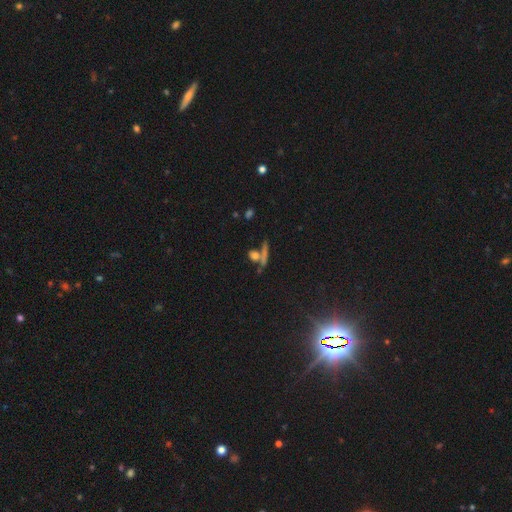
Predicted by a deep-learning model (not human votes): Smooth or featured? Predicted: smooth (p=0.64). How rounded? Predicted: round (p=0.39). Merging? Predicted: none (p=0.55).